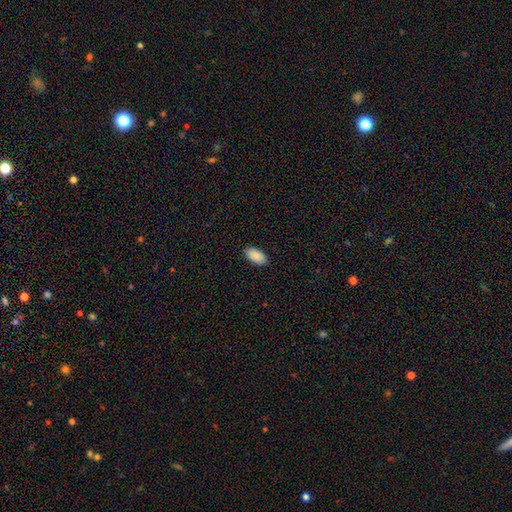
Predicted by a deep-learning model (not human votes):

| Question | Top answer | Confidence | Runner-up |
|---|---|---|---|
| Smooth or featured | smooth | 91% | star or artifact (6%) |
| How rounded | in between | 96% | round (3%) |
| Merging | none | 89% | minor disturbance (8%) |